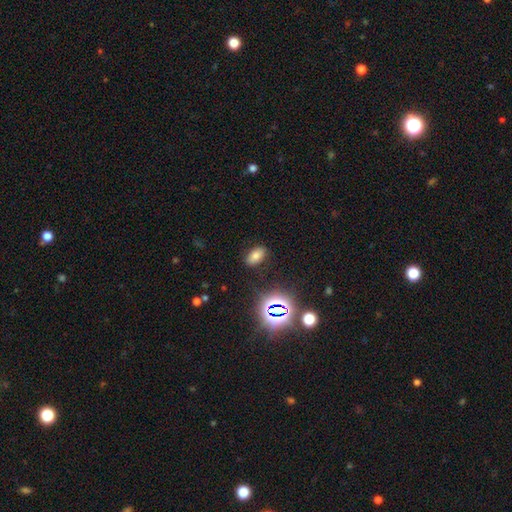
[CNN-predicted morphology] This is likely a smooth galaxy (66%). How rounded: clearly in between (90%). Merging: clearly none (86%).